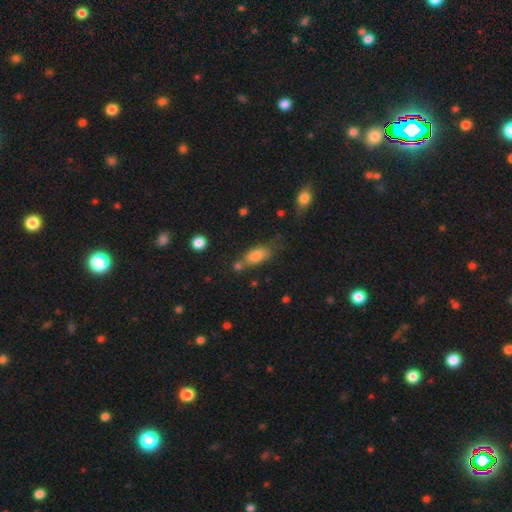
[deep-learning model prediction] Q: Smooth or featured?
A: smooth (81%); runner-up: featured or disk (10%)
Q: How rounded?
A: in between (84%); runner-up: cigar-shaped (11%)
Q: Merging?
A: none (51%); runner-up: minor disturbance (22%)